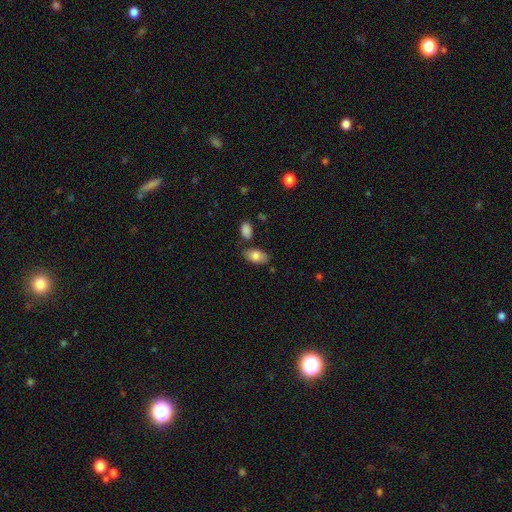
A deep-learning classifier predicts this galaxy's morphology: smooth-or-featured: smooth: 82% | featured or disk: 12% | star or artifact: 7%
  how-rounded: in between: 93% | round: 5% | cigar-shaped: 3%
  merging: none: 74% | minor disturbance: 15% | merger: 8% | major disturbance: 3%